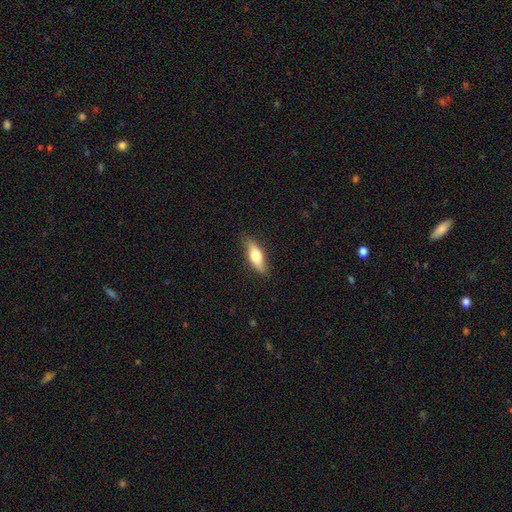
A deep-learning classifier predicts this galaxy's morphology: A smooth galaxy with no disk features (64%) that is in between round and cigar-shaped (59%). Merging: none (84%).